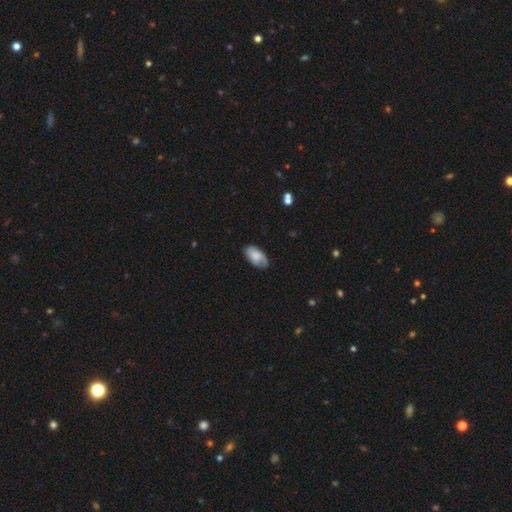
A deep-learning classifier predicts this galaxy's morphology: Smooth or featured? smooth (71%)
How rounded? in between (94%)
Merging? none (69%)